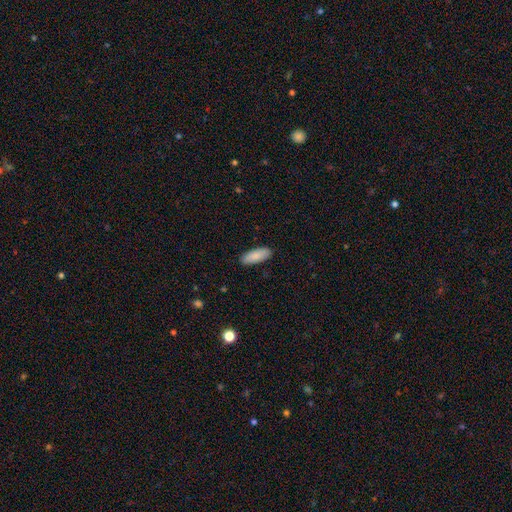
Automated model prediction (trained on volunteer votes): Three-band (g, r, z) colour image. It shows a smooth galaxy with no disk features (88%) that is in between round and cigar-shaped (73%). Merging: none (89%).